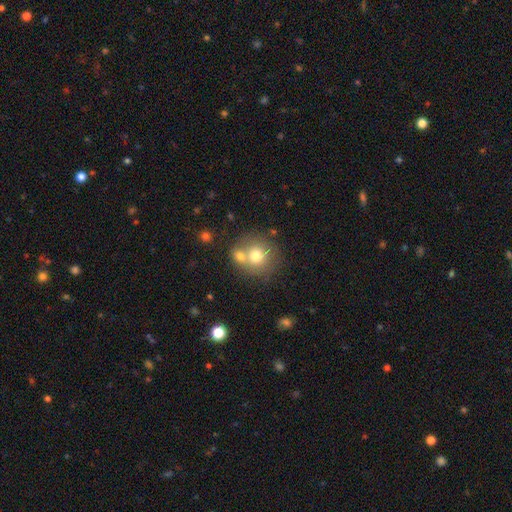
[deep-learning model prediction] A smooth galaxy with no disk features (72%) that is round (86%).

Vote fractions:
- Smooth or featured? smooth: 72% / featured or disk: 18% / star or artifact: 11%
- How rounded? round: 86% / in between: 13% / cigar-shaped: 1%
- Merging? none: 51% / merger: 36% / minor disturbance: 10% / major disturbance: 4%